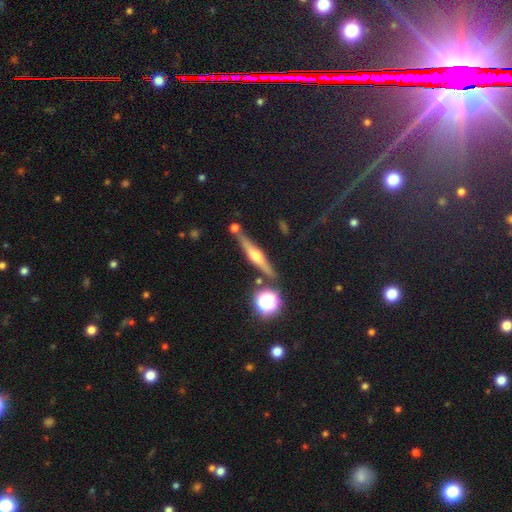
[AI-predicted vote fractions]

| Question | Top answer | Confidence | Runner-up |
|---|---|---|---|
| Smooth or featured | featured or disk | 68% | smooth (22%) |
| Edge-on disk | yes | 95% | no (5%) |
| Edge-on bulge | rounded | 91% | boxy (5%) |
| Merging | none | 78% | minor disturbance (11%) |